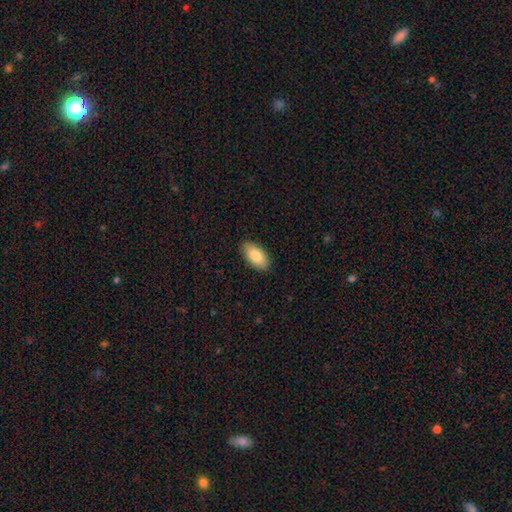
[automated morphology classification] This appears to be a smooth galaxy with no disk features (85%) that is in between round and cigar-shaped (94%). Merging: none (88%).